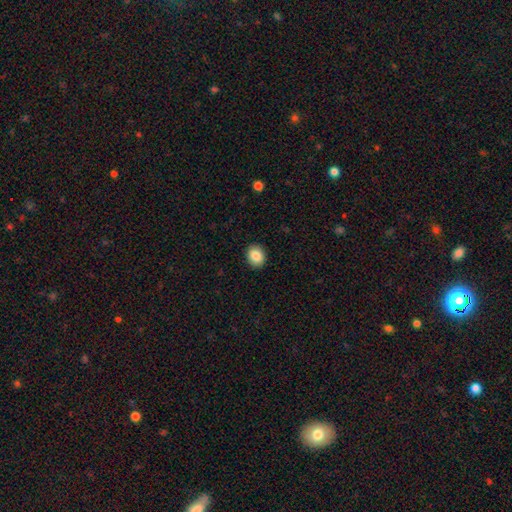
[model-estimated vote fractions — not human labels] A smooth galaxy with no disk features (86%) that is round (56%). Merging: none (91%).